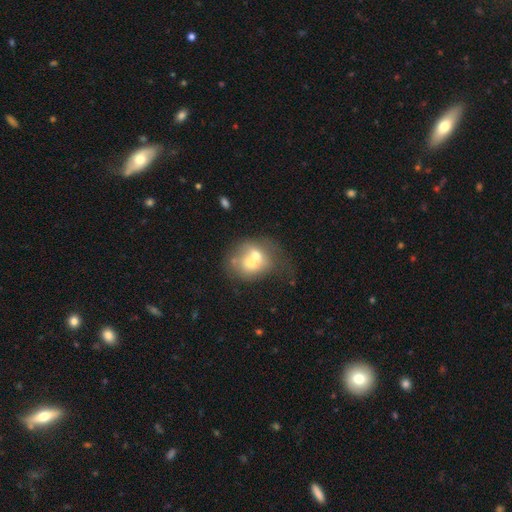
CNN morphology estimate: This is possibly a smooth galaxy (56%). How rounded: likely round (65%). Merging: likely merger (62%).